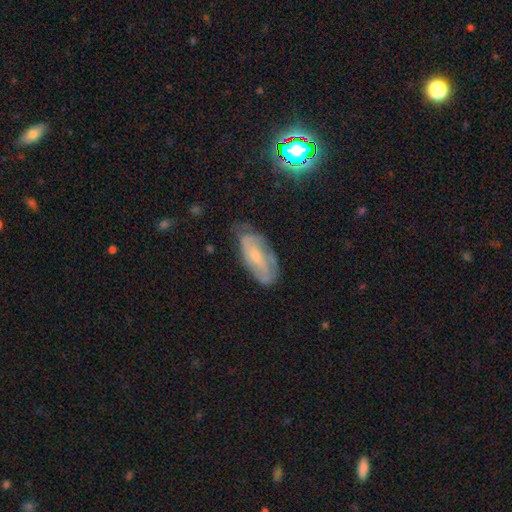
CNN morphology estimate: Smooth or featured? featured or disk (57%)
Edge-on disk? no (89%)
Bar? no (54%)
Spiral arms? yes (76%)
Bulge size? small (54%)
Merging? none (62%)